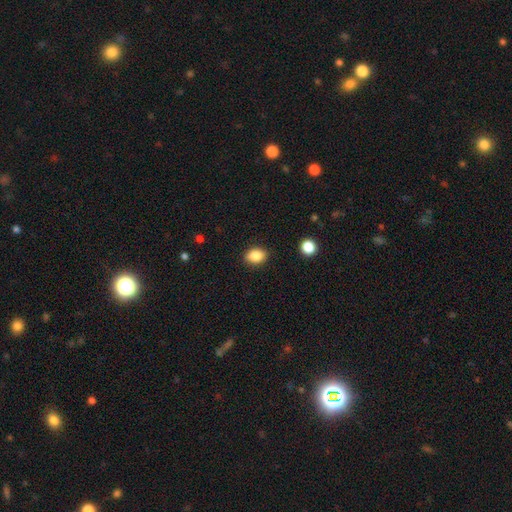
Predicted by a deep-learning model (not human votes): Smooth or featured: smooth — 85% (star or artifact — 9%)
How rounded: in between — 75% (round — 24%)
Merging: none — 88% (minor disturbance — 8%)